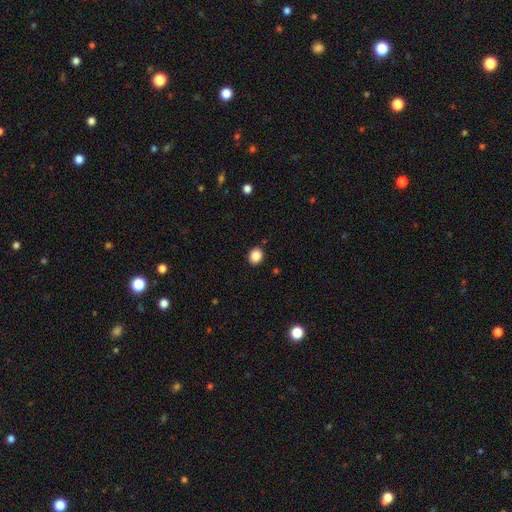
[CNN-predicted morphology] A smooth galaxy with no disk features (87%) that is round (66%). Merging: none (90%).